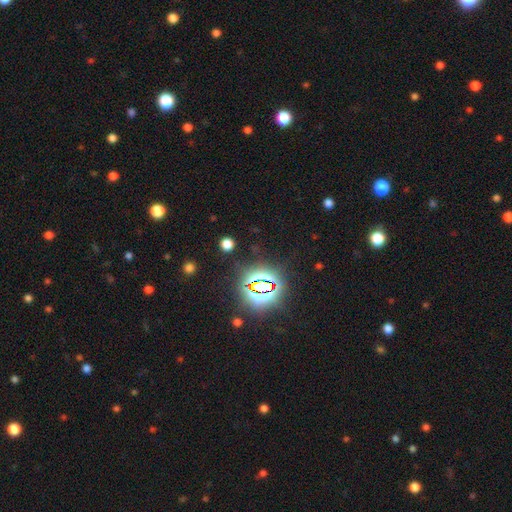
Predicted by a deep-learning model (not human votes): smooth_or_featured: star or artifact (p=0.84) [alt: smooth p=0.10]